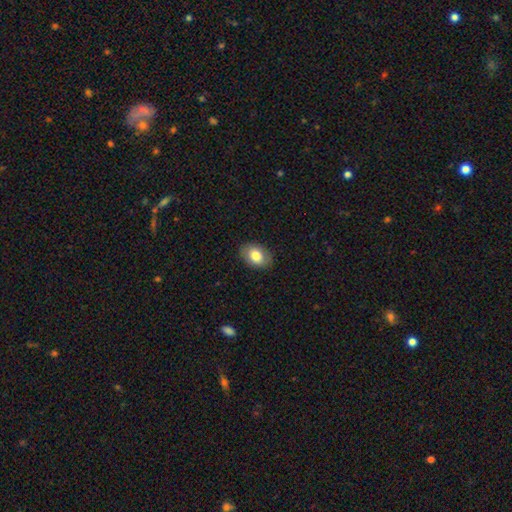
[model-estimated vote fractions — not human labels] A smooth galaxy with no disk features (78%) that is in between round and cigar-shaped (81%). Merging: none (86%).